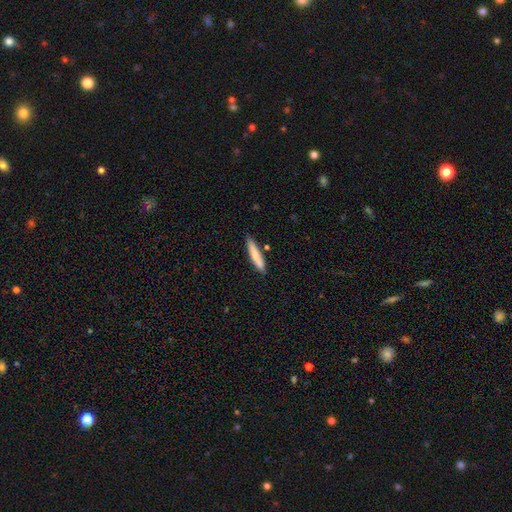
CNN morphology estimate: Smooth or featured: smooth — 74% (featured or disk — 21%)
How rounded: cigar-shaped — 86% (in between — 12%)
Merging: none — 83% (minor disturbance — 12%)